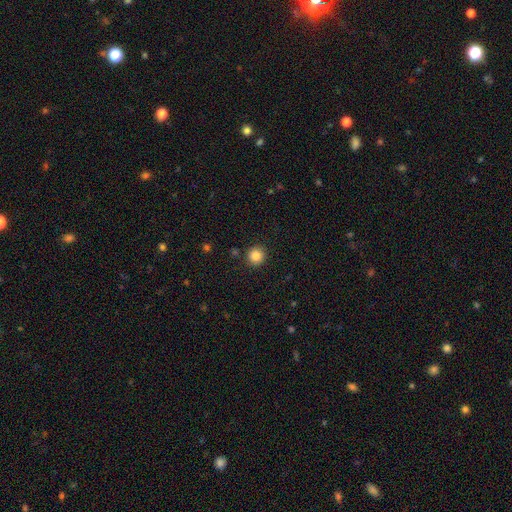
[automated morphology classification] smooth_or_featured: smooth (p=0.85) [alt: star or artifact p=0.11]
how_rounded: round (p=0.94) [alt: in between p=0.05]
merging: none (p=0.91) [alt: minor disturbance p=0.06]